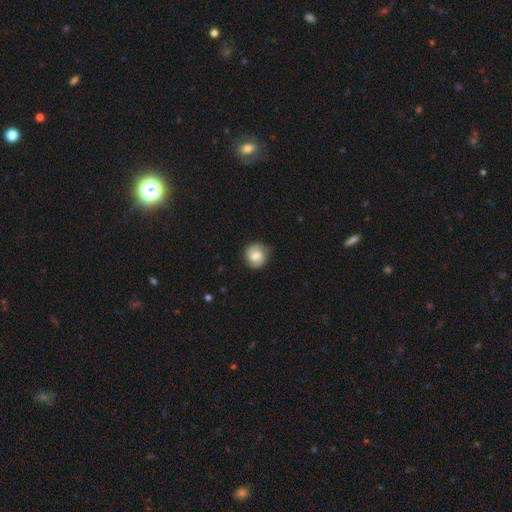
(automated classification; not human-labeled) Smooth or featured? Predicted: smooth (p=0.50). Merging? Predicted: none (p=0.78).